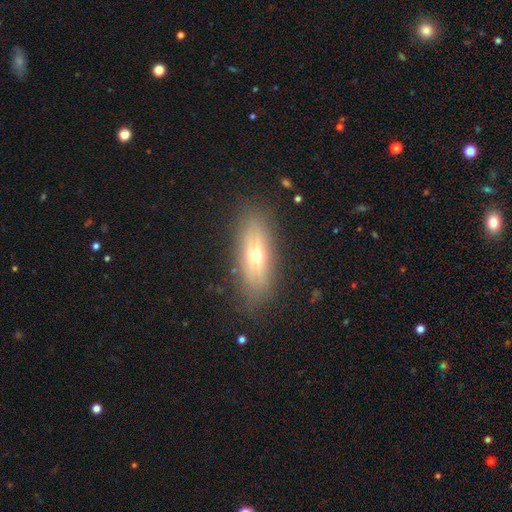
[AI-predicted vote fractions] Smooth or featured? Predicted: featured or disk (p=0.54). Edge-on disk? Predicted: yes (p=0.66). Merging? Predicted: none (p=0.82).